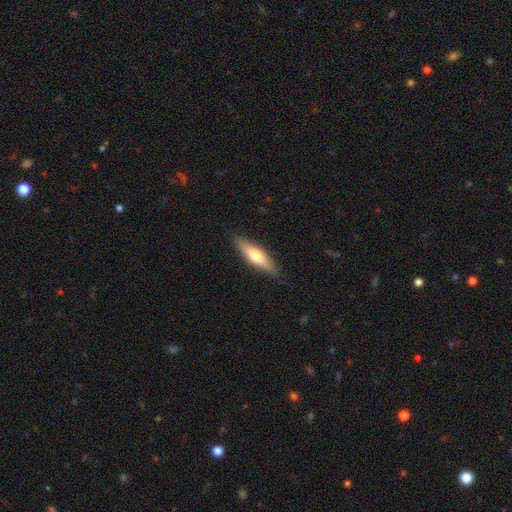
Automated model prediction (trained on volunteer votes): Overall: smooth (55%; featured or disk 40%). How rounded: cigar-shaped (70%). Merging: none (87%).